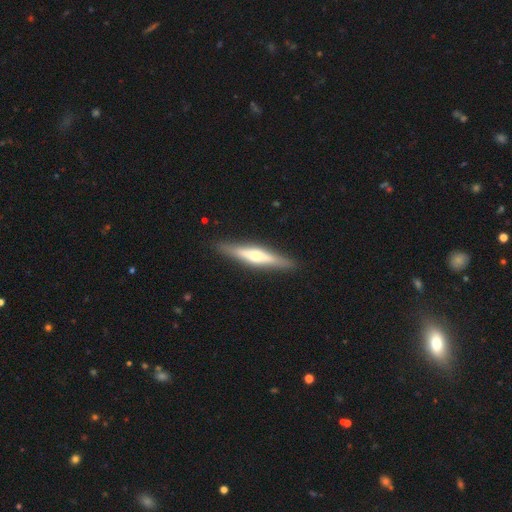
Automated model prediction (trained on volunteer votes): Smooth or featured? featured or disk (59%)
Edge-on disk? yes (95%)
Edge-on bulge? rounded (81%)
Merging? none (89%)